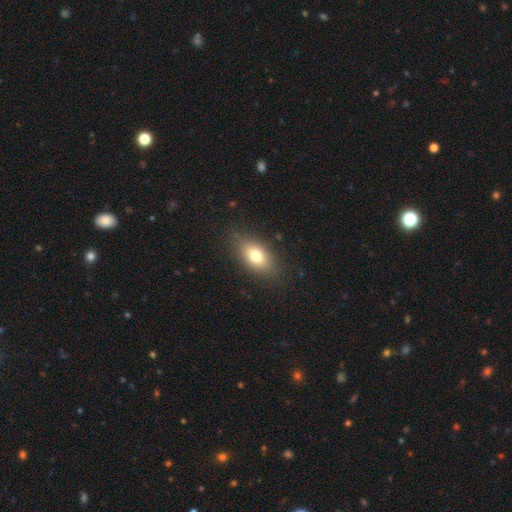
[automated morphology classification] Smooth or featured: smooth — 75% (featured or disk — 16%)
How rounded: in between — 84% (round — 10%)
Merging: none — 83% (minor disturbance — 12%)